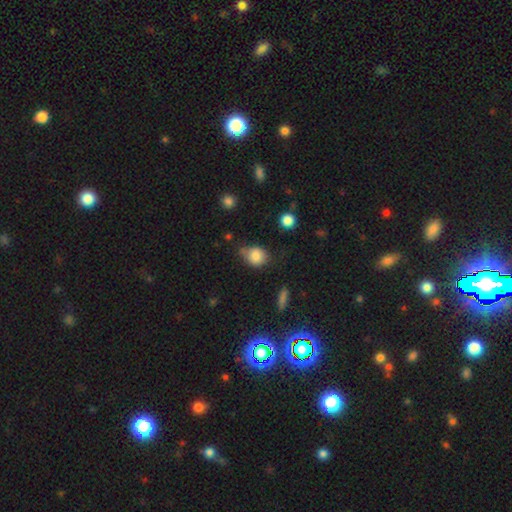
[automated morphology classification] type=smooth (82%); roundness=round (64%); merging=none (55%).